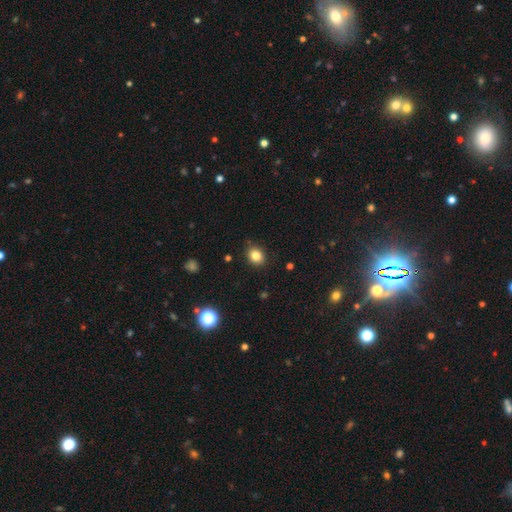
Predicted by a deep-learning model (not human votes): smooth_or_featured: smooth (p=0.83) [alt: star or artifact p=0.11]
how_rounded: round (p=0.55) [alt: in between p=0.45]
merging: none (p=0.87) [alt: minor disturbance p=0.09]